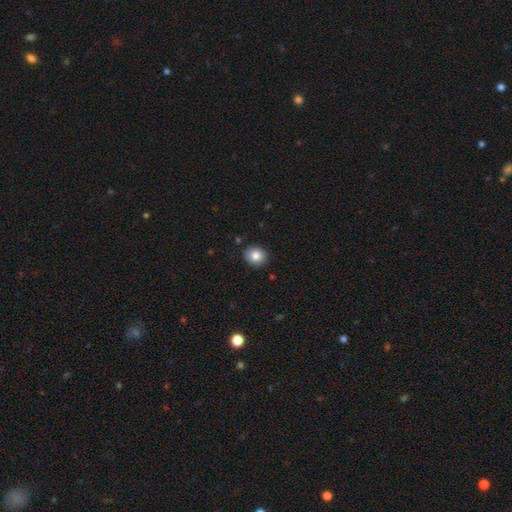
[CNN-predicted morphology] A smooth galaxy with no disk features (82%) that is round (74%). Merging: none (88%).